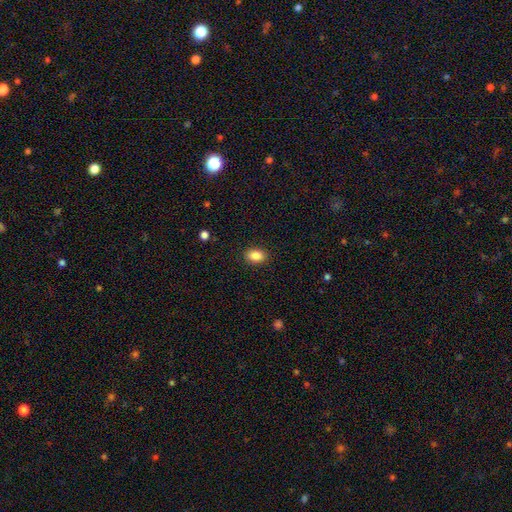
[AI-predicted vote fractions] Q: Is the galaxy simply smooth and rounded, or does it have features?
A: smooth — 87%.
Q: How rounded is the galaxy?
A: in between — 76%.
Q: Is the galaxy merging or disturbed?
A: none — 89%.